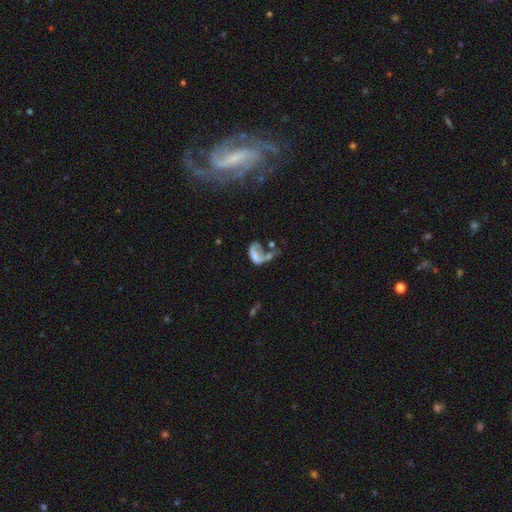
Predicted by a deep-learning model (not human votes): Morphology: type=featured or disk (45%); merging=major disturbance (44%).